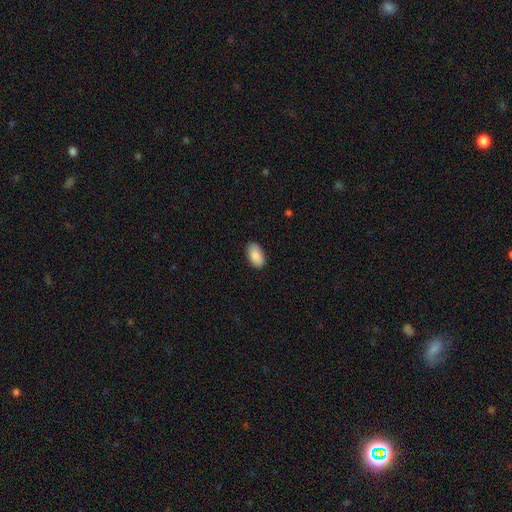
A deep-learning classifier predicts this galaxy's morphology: smooth-or-featured: smooth: 90% | star or artifact: 6% | featured or disk: 4%
  how-rounded: in between: 94% | round: 4% | cigar-shaped: 2%
  merging: none: 85% | minor disturbance: 12% | major disturbance: 2% | merger: 1%